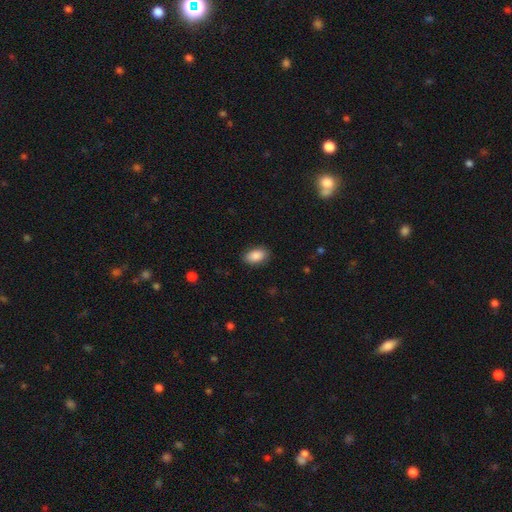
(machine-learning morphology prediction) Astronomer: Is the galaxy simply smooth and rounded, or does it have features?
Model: smooth — 89%.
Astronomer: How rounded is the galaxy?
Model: in between — 93%.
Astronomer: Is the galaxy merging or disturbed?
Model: none — 87%.